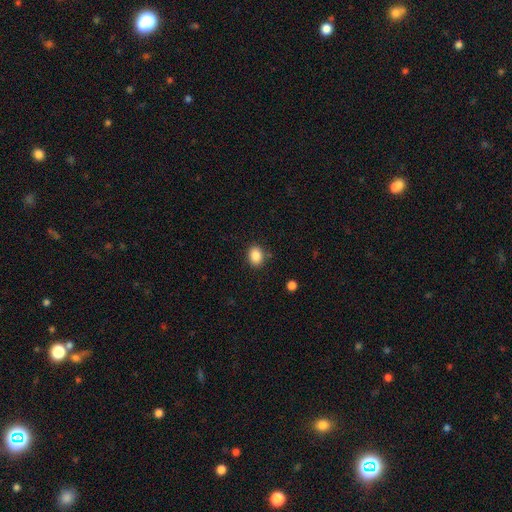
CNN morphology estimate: smooth_or_featured: smooth (p=0.87) [alt: star or artifact p=0.09]
how_rounded: in between (p=0.60) [alt: round p=0.40]
merging: none (p=0.84) [alt: minor disturbance p=0.11]